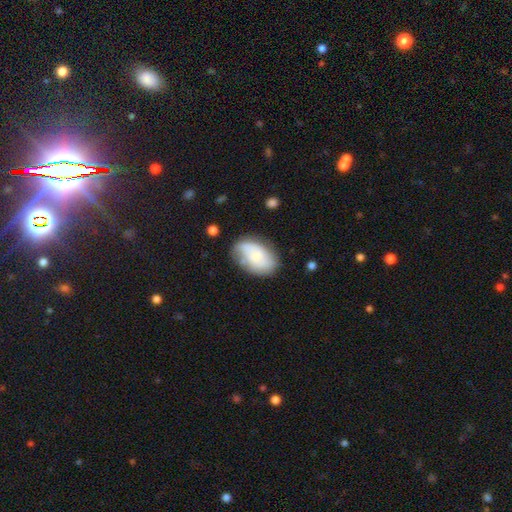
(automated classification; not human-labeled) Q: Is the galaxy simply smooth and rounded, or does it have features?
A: smooth — 59%.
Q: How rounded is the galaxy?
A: in between — 90%.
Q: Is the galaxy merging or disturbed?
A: none — 61%.